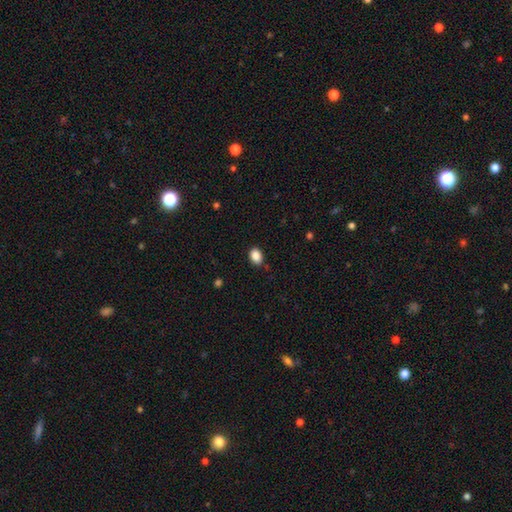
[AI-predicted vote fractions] Smooth or featured: smooth — 88% (star or artifact — 9%)
How rounded: in between — 73% (round — 26%)
Merging: none — 87% (minor disturbance — 10%)